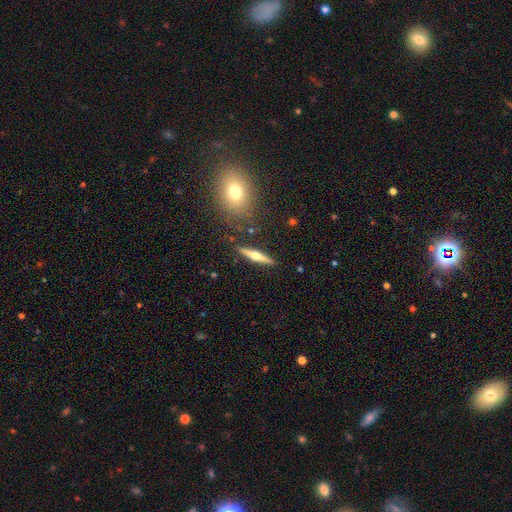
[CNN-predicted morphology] A featured or disk galaxy (65%) viewed edge-on (96%) with a rounded central bulge (94%).

Vote fractions:
- Smooth or featured? featured or disk: 65% / smooth: 29% / star or artifact: 6%
- Edge-on disk? yes: 96% / no: 4%
- Edge-on bulge? rounded: 94% / boxy: 3% / none: 3%
- Merging? none: 88% / minor disturbance: 7% / merger: 3% / major disturbance: 2%